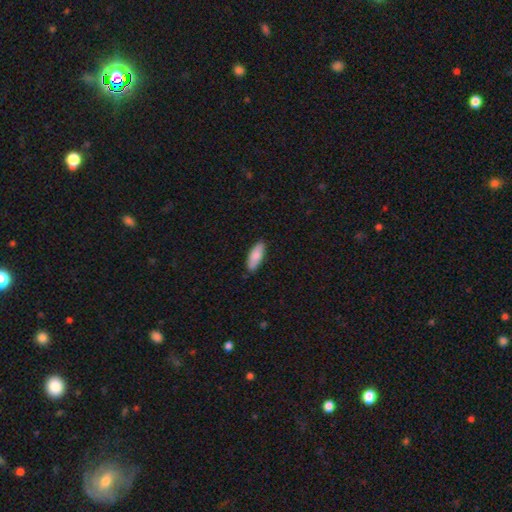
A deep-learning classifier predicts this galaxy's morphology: Overall: smooth (86%). How rounded: in between (68%; cigar-shaped 31%). Merging: none (87%).